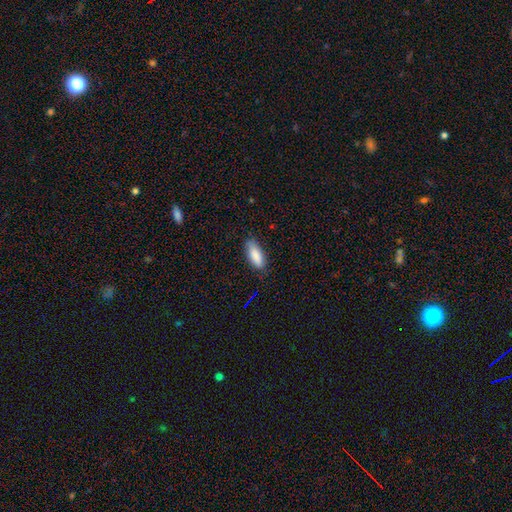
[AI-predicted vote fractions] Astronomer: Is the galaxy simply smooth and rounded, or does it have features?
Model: smooth — 87%.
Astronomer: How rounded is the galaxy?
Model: in between — 74%.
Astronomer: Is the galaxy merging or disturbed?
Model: none — 80%.